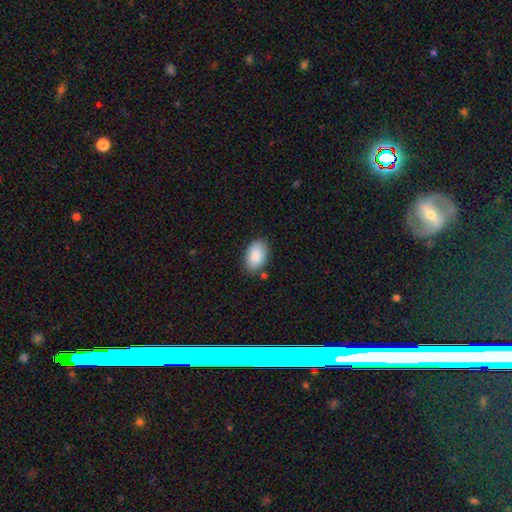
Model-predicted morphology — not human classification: Smooth or featured?
  - smooth: 86% *
  - featured or disk: 7%
  - star or artifact: 7%
How rounded?
  - in between: 92% *
  - round: 6%
  - cigar-shaped: 1%
Merging?
  - none: 81% *
  - minor disturbance: 14%
  - merger: 3%
  - major disturbance: 3%